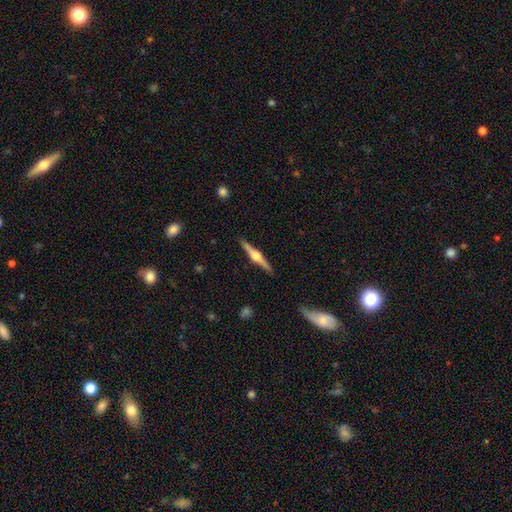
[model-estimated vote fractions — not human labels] The model was most divided on "smooth or featured": featured or disk: 81%, smooth: 14%, star or artifact: 5%. More confident: edge-on disk — yes (98%); edge-on bulge — rounded (94%); merging — none (91%).